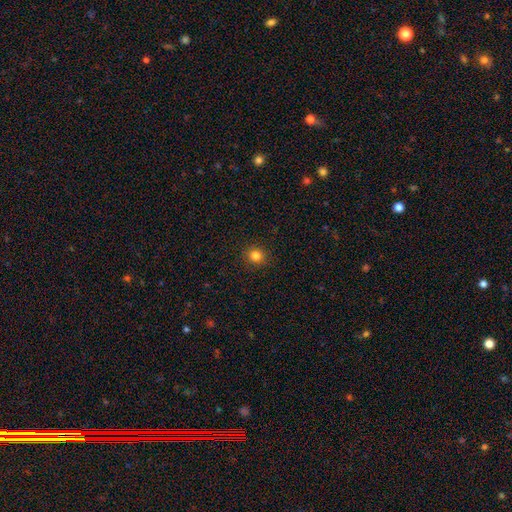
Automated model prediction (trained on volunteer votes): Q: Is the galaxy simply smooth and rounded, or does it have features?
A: smooth — 82%.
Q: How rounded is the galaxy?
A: round — 92%.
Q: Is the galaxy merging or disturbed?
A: none — 91%.